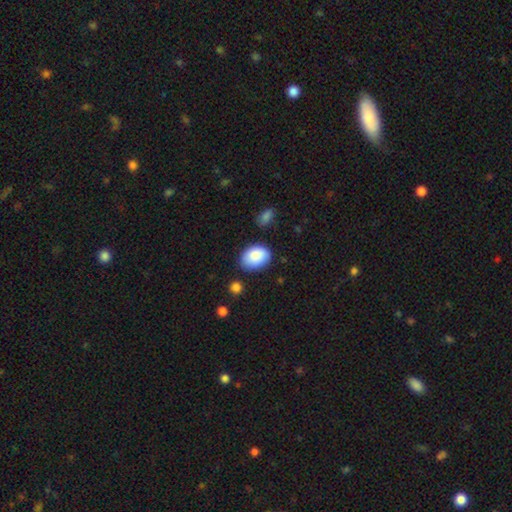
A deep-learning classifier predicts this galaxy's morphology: A smooth galaxy with no disk features (87%) that is in between round and cigar-shaped (83%). Merging: none (75%).